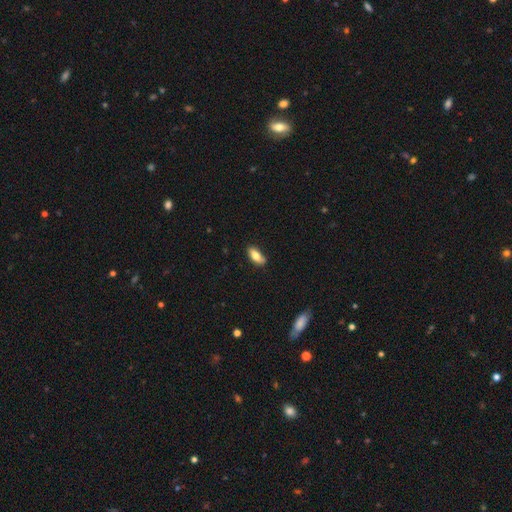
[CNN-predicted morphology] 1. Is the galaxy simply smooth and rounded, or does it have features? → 81% smooth, 12% featured or disk, 7% star or artifact.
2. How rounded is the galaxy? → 86% in between, 11% cigar-shaped, 3% round.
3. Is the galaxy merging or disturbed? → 74% none, 20% minor disturbance, 3% major disturbance, 2% merger.